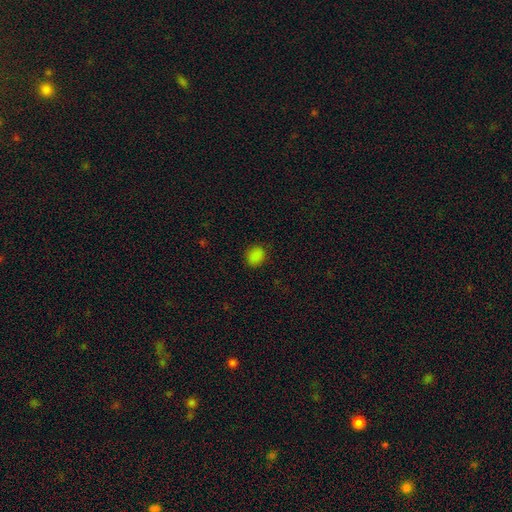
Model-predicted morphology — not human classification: Smooth or featured? Predicted: smooth (p=0.84). How rounded? Predicted: round (p=0.63). Merging? Predicted: none (p=0.87).